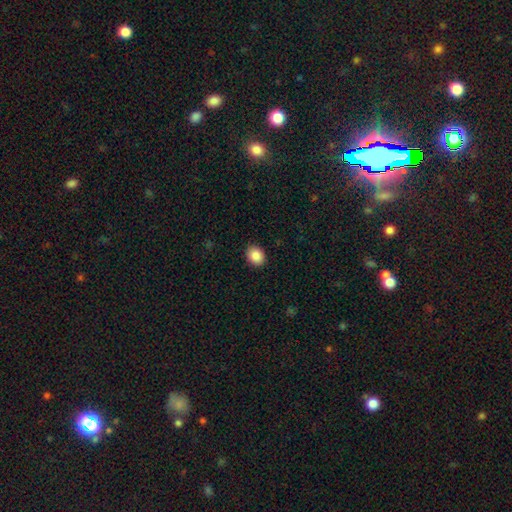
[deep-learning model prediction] Overall: smooth (88%). How rounded: round (58%; in between 41%). Merging: none (90%).